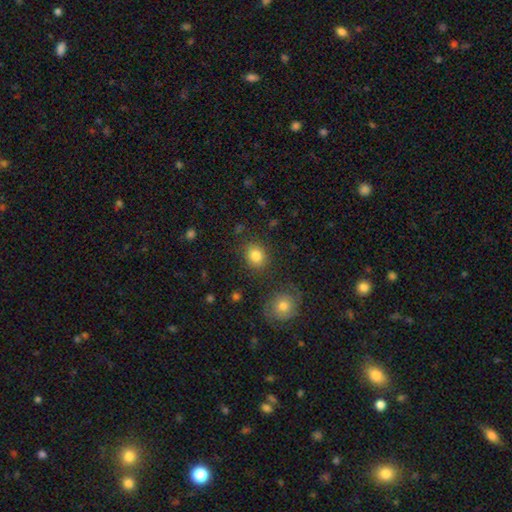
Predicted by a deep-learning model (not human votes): Smooth or featured? Predicted: smooth (p=0.83). How rounded? Predicted: round (p=0.69). Merging? Predicted: none (p=0.83).